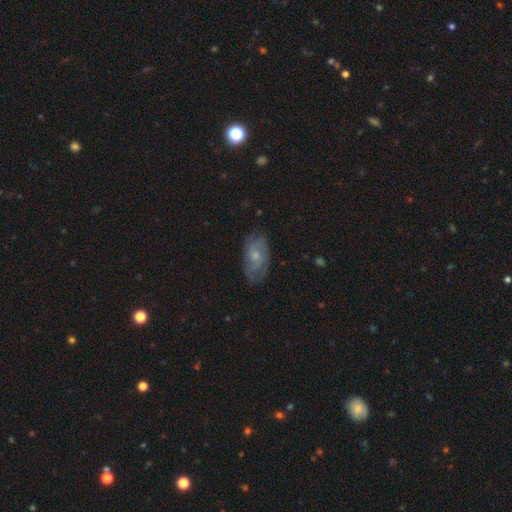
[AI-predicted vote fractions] This appears to be a featured or disk galaxy (58%) with no bar (76%), spiral arms (76%) and a small central bulge (48%). Merging: none (70%).